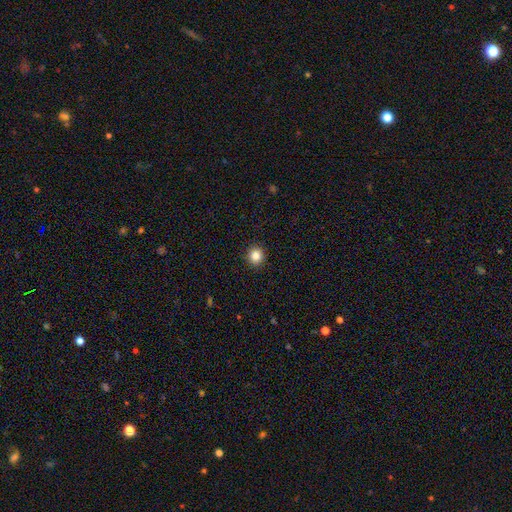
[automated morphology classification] Smooth or featured: smooth — 85% (star or artifact — 11%)
How rounded: round — 90% (in between — 9%)
Merging: none — 92% (minor disturbance — 5%)